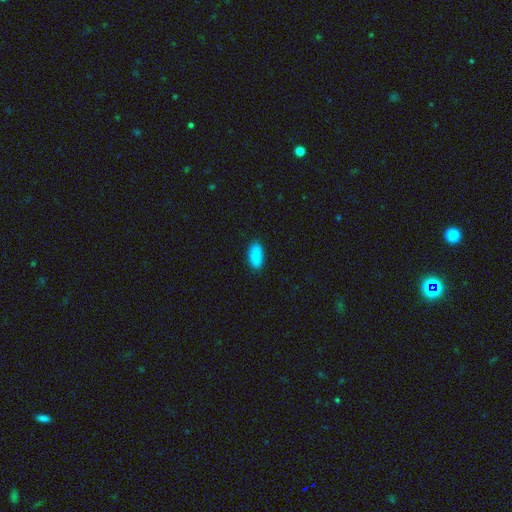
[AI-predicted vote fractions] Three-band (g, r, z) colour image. It shows a smooth galaxy with no disk features (90%) that is in between round and cigar-shaped (88%). Merging: none (86%).